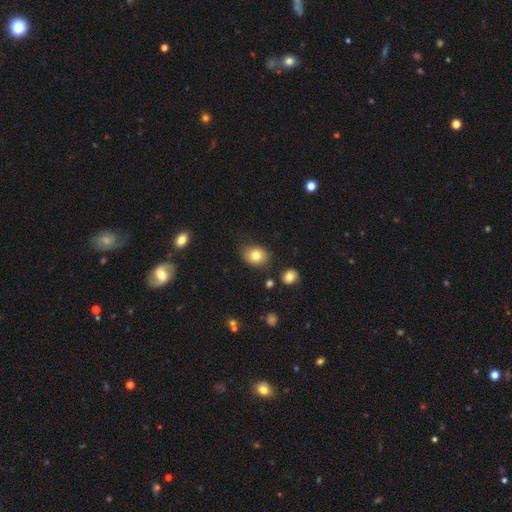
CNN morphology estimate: Smooth or featured?
  - smooth: 79% *
  - featured or disk: 11%
  - star or artifact: 10%
How rounded?
  - in between: 53% *
  - round: 46%
  - cigar-shaped: 1%
Merging?
  - none: 79% *
  - minor disturbance: 15%
  - major disturbance: 3%
  - merger: 3%